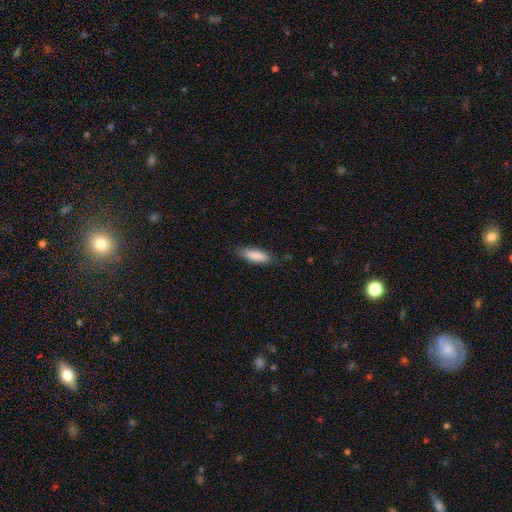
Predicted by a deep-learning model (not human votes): The model was most divided on "how rounded": in between: 57%, cigar-shaped: 41%, round: 2%. More confident: smooth or featured — smooth (88%); merging — none (83%).